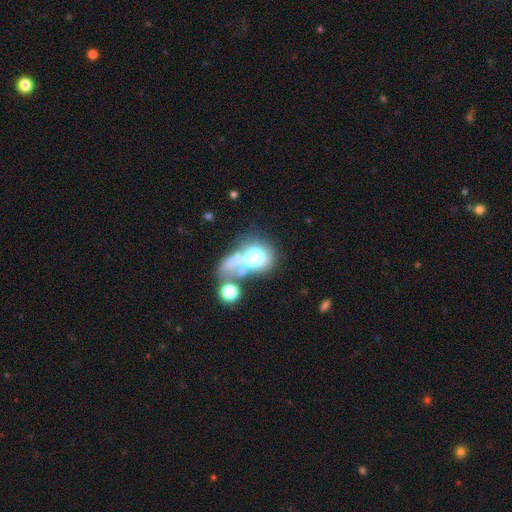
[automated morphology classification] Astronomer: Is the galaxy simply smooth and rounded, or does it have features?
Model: smooth — 46% (runner-up: featured or disk, 38%).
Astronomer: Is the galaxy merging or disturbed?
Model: merger — 52%.